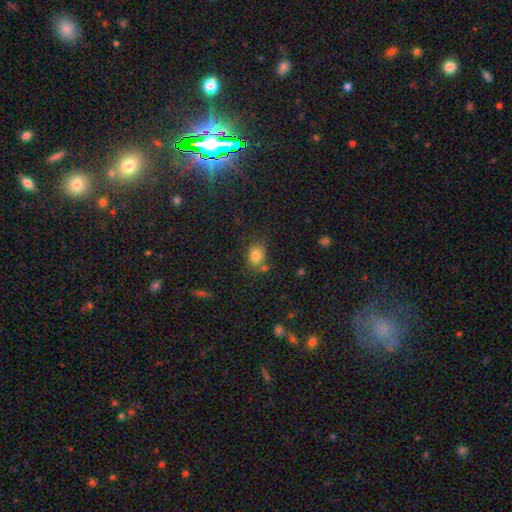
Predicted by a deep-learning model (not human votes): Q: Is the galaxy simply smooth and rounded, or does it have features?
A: smooth — 78%.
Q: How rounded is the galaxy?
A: in between — 58%.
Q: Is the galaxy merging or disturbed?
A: none — 65%.